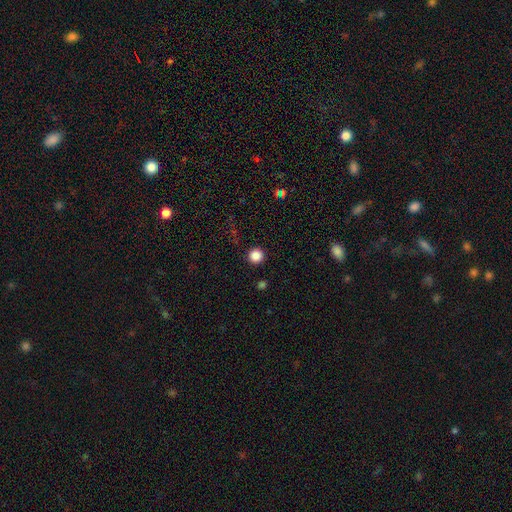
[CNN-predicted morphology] Smooth or featured? smooth (86%)
How rounded? round (96%)
Merging? none (93%)